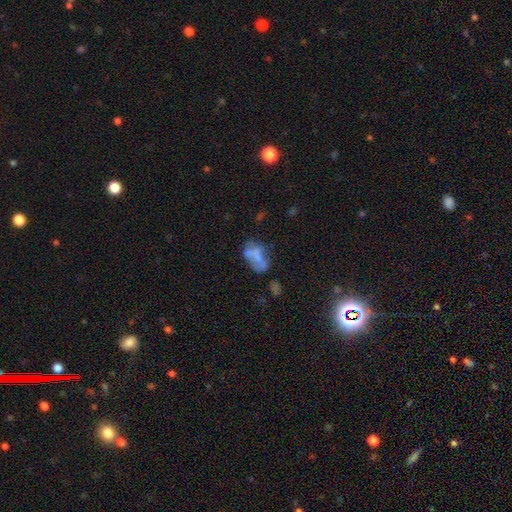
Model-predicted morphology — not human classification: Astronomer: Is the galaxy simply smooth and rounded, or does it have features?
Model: smooth — 50% (runner-up: featured or disk, 38%).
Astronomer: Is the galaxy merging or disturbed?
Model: none — 34% (runner-up: major disturbance, 25%).